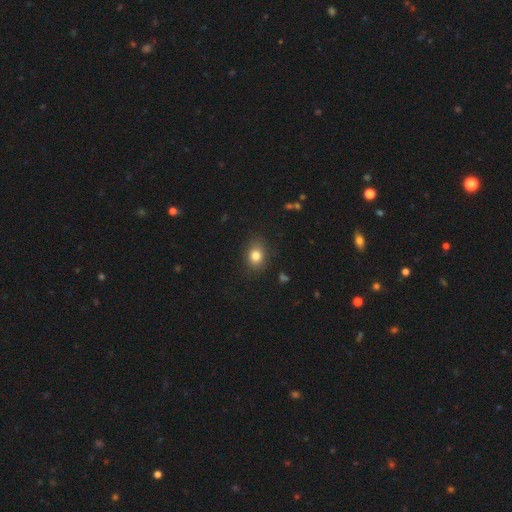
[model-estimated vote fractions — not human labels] smooth 81%, star or artifact 11%, featured or disk 8%. Down the decision tree: how rounded — in between (56%); merging — none (84%).